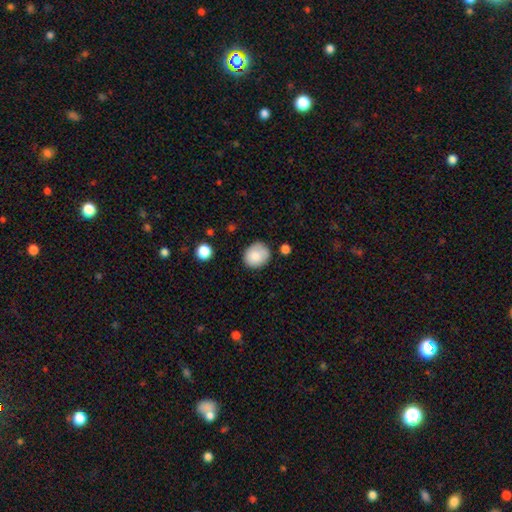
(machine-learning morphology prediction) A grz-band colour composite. It shows a smooth galaxy with no disk features (85%) that is round (68%). Merging: none (73%).